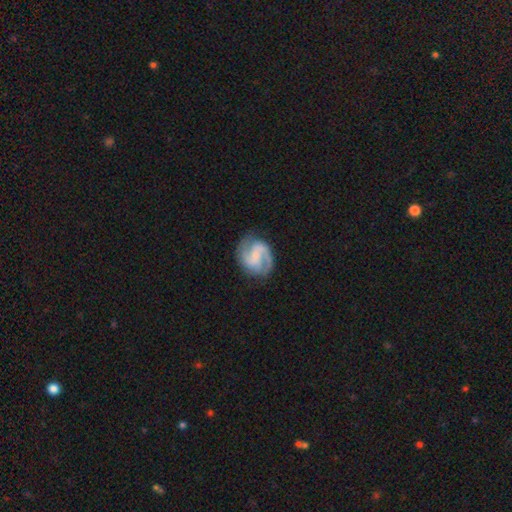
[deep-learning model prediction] Smooth or featured? Predicted: featured or disk (p=0.85). Edge-on disk? Predicted: no (p=0.98). Bar? Predicted: weak (p=0.48). Spiral arms? Predicted: yes (p=0.97). Spiral winding? Predicted: medium (p=0.54). Spiral arm count? Predicted: 2 (p=0.83). Bulge size? Predicted: small (p=0.48). Merging? Predicted: none (p=0.77).